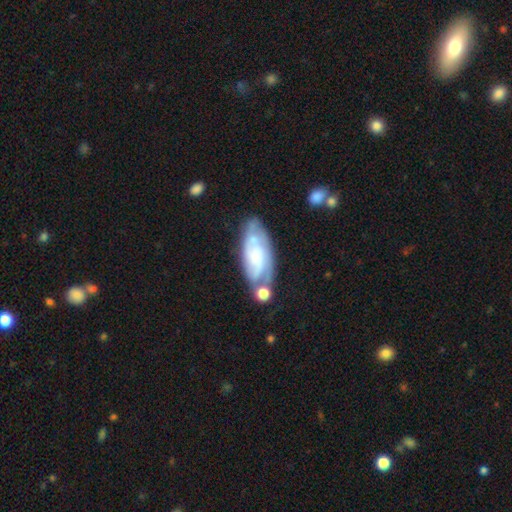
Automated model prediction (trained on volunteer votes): smooth-or-featured: featured or disk: 68% | smooth: 25% | star or artifact: 6%
  disk-edge-on: no: 91% | yes: 9%
    bar: no: 63% | weak: 30% | strong: 7%
    has-spiral-arms: yes: 89% | no: 11%
      spiral-winding: tight: 50% | medium: 38% | loose: 12%
      spiral-arm-count: can't tell: 37% | 2: 35% | 3: 17% | 1: 4% | 4: 4% | more than 4: 3%
    bulge-size: small: 44% | moderate: 29% | none: 17% | large: 8% | dominant: 2%
  merging: none: 56% | minor disturbance: 21% | merger: 14% | major disturbance: 8%